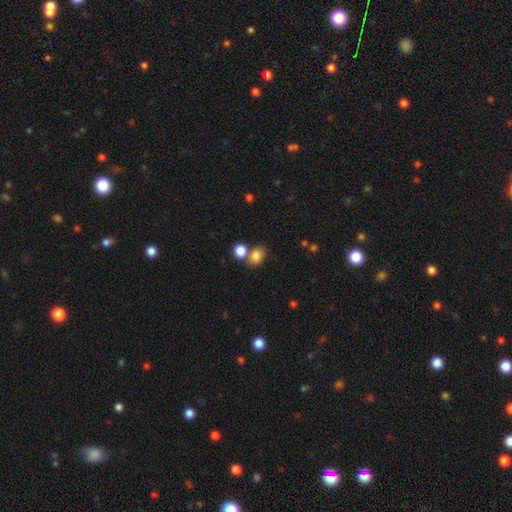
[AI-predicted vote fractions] Smooth or featured? smooth (82%)
How rounded? in between (55%)
Merging? none (56%)